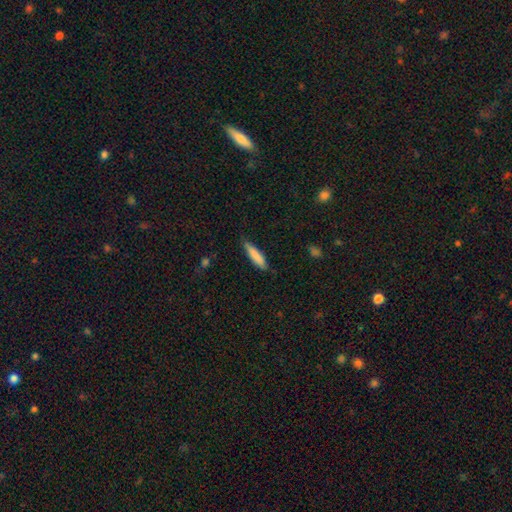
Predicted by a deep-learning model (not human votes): This appears to be a smooth galaxy with no disk features (82%) that is cigar-shaped (81%). Merging: none (74%).